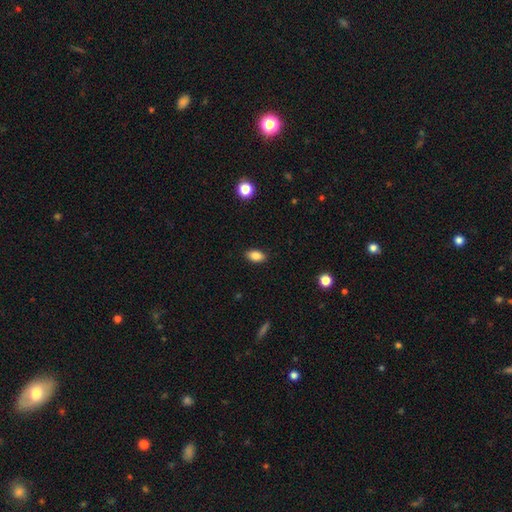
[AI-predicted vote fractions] Smooth or featured?
  - smooth: 85% *
  - star or artifact: 9%
  - featured or disk: 6%
How rounded?
  - in between: 90% *
  - round: 7%
  - cigar-shaped: 3%
Merging?
  - none: 89% *
  - minor disturbance: 8%
  - major disturbance: 2%
  - merger: 1%